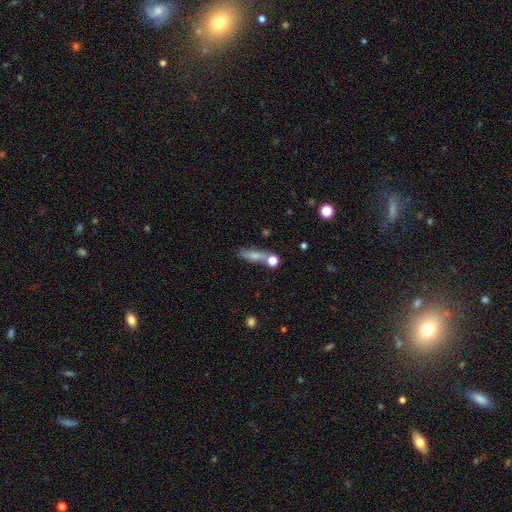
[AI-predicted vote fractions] smooth-or-featured: smooth: 68% | featured or disk: 22% | star or artifact: 10%
  how-rounded: cigar-shaped: 53% | in between: 39% | round: 8%
  merging: none: 56% | merger: 19% | minor disturbance: 17% | major disturbance: 7%